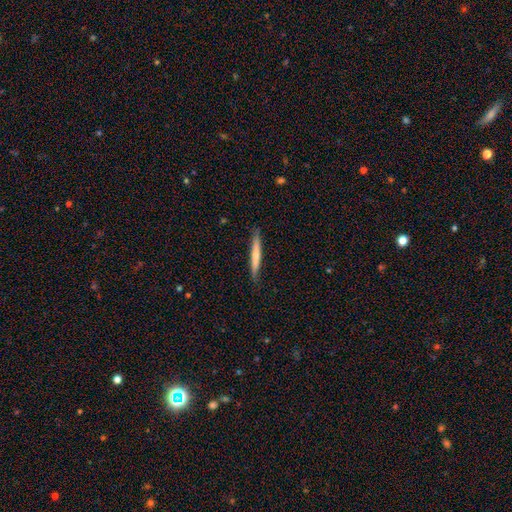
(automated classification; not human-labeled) A smooth galaxy with no disk features (59%) that is cigar-shaped (96%). Merging: none (87%).